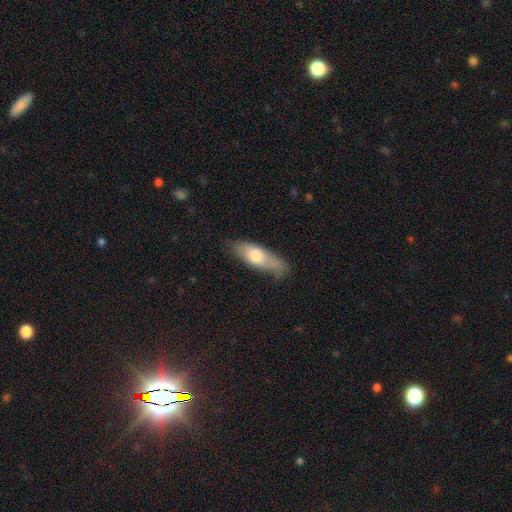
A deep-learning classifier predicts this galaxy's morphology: The model was most divided on "how rounded": in between: 61%, cigar-shaped: 37%, round: 2%. More confident: smooth or featured — smooth (69%); merging — none (55%).